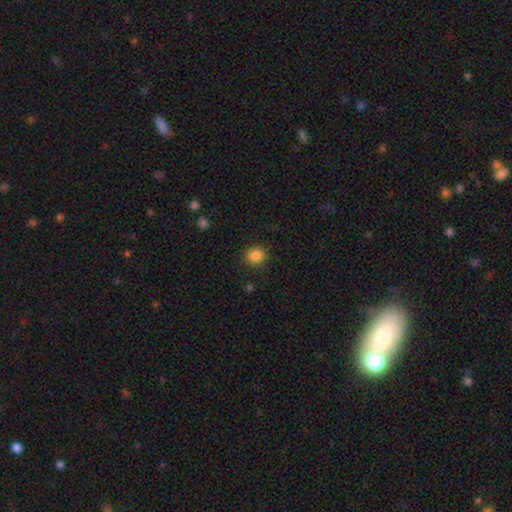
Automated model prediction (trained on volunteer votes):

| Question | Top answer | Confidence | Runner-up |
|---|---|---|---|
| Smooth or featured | smooth | 86% | star or artifact (11%) |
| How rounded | round | 84% | in between (15%) |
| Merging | none | 89% | minor disturbance (8%) |